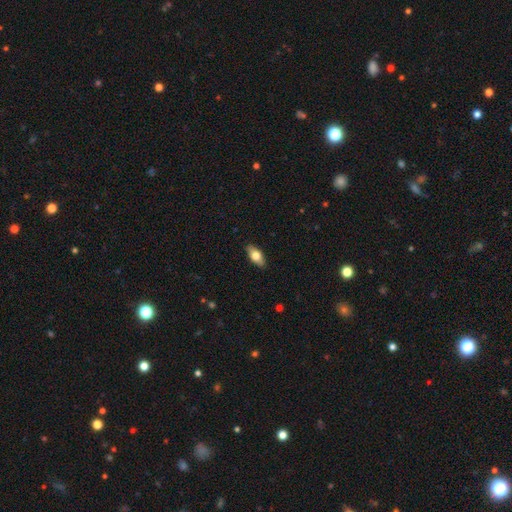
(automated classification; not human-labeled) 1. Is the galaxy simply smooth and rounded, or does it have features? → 71% smooth, 23% featured or disk, 6% star or artifact.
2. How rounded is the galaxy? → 86% in between, 11% cigar-shaped, 3% round.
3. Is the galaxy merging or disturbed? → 88% none, 9% minor disturbance, 2% major disturbance, 1% merger.